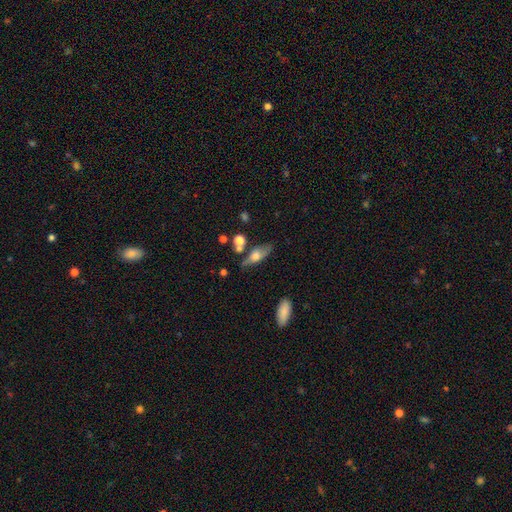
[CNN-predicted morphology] This appears to be a smooth galaxy with no disk features (49%). Merging: none (62%).